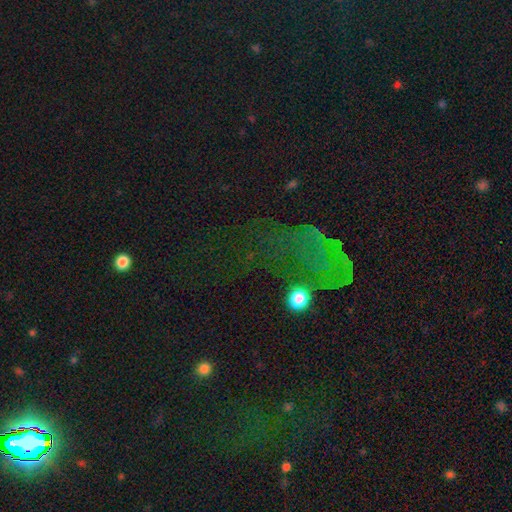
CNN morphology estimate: Q: Smooth or featured?
A: star or artifact (59%); runner-up: smooth (22%)